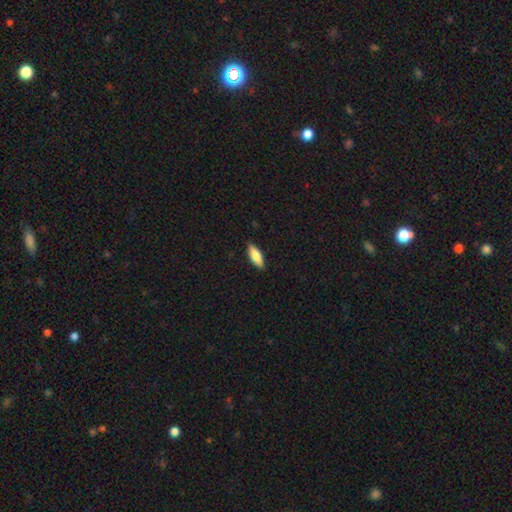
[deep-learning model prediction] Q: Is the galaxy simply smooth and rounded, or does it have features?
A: smooth — 78%.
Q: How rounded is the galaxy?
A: in between — 66%.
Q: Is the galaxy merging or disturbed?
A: none — 88%.